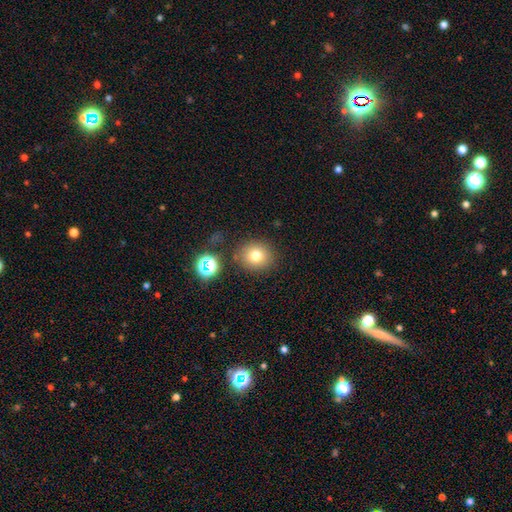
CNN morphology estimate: smooth_or_featured: smooth (p=0.76) [alt: star or artifact p=0.15]
how_rounded: round (p=0.81) [alt: in between p=0.18]
merging: none (p=0.83) [alt: minor disturbance p=0.09]